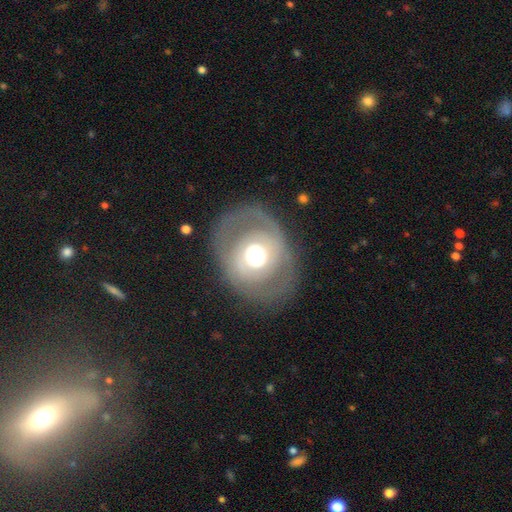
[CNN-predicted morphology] Smooth or featured: featured or disk — 56% (smooth — 36%)
Edge-on disk: no — 95% (yes — 5%)
Bar: no — 75% (weak — 17%)
Spiral arms: no — 66% (yes — 34%)
Bulge size: moderate — 45% (large — 39%)
Merging: none — 74% (minor disturbance — 13%)